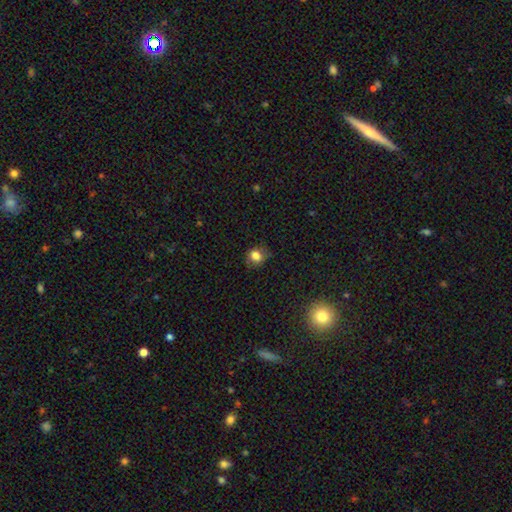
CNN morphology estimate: Overall: smooth (80%). How rounded: round (68%; in between 31%). Merging: none (72%).